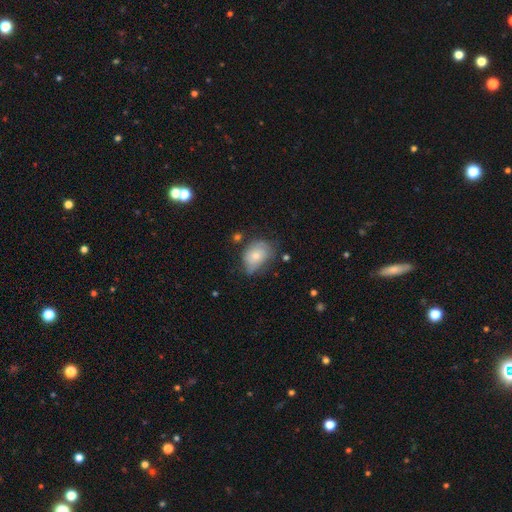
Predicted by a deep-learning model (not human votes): Smooth or featured? smooth (56%)
How rounded? in between (69%)
Merging? none (47%)